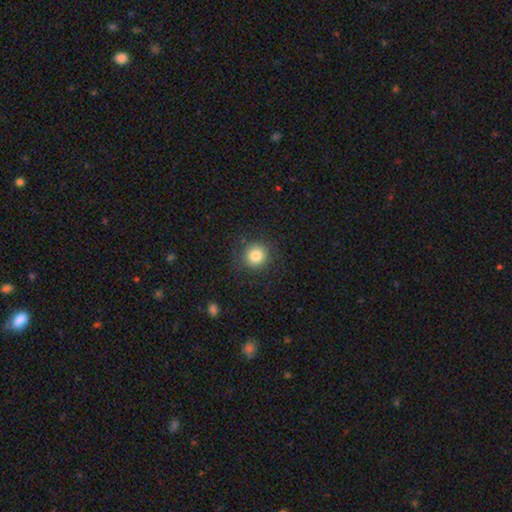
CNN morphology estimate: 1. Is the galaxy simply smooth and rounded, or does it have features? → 82% smooth, 11% star or artifact, 7% featured or disk.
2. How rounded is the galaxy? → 93% round, 6% in between, 1% cigar-shaped.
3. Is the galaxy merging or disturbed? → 87% none, 8% minor disturbance, 4% major disturbance, 1% merger.